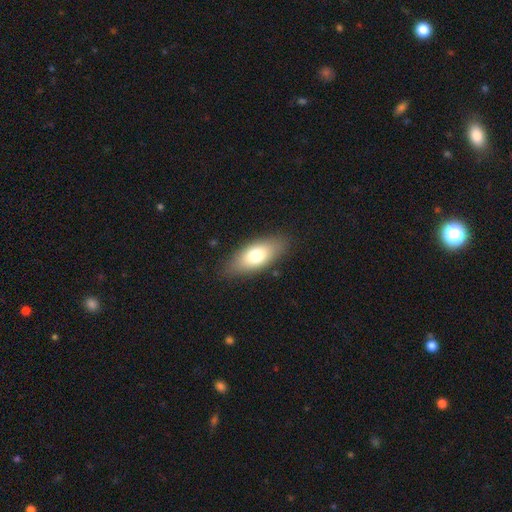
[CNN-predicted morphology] Overall: smooth (73%). How rounded: in between (82%). Merging: none (85%).